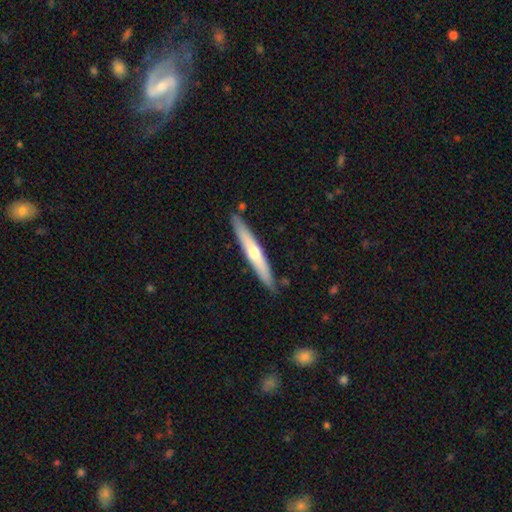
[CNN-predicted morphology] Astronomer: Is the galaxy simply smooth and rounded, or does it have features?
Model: featured or disk — 53% (runner-up: smooth, 42%).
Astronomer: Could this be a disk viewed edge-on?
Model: yes — 94%.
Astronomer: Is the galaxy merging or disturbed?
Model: none — 87%.